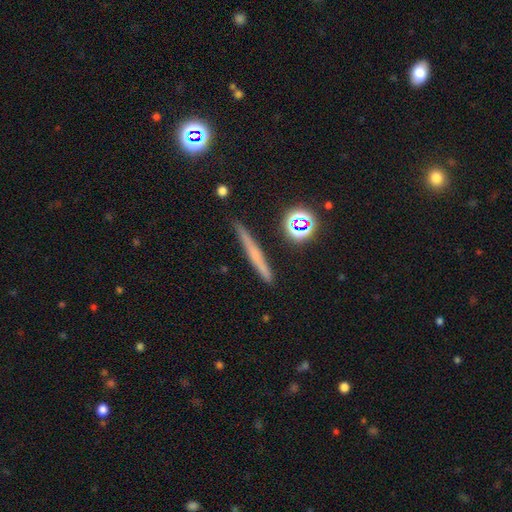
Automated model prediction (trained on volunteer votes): This is possibly a smooth galaxy (50%). Merging: clearly none (88%).